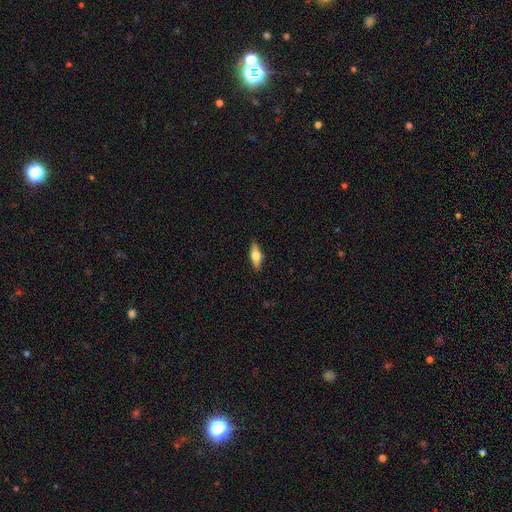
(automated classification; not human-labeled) smooth 61%, featured or disk 33%, star or artifact 7%. Down the decision tree: how rounded — in between (64%); merging — none (86%).